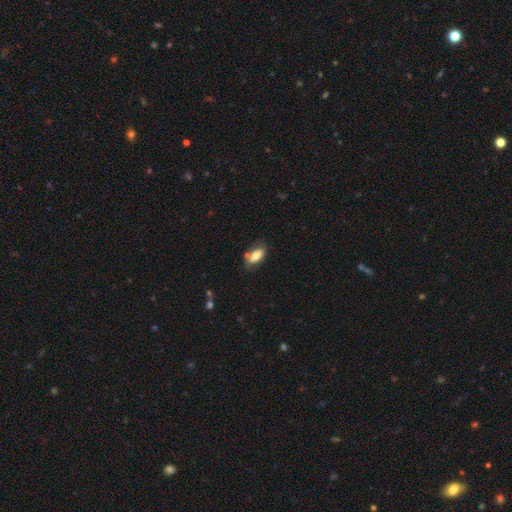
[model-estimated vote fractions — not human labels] smooth 75%, featured or disk 17%, star or artifact 7%. Down the decision tree: how rounded — in between (87%); merging — none (62%).